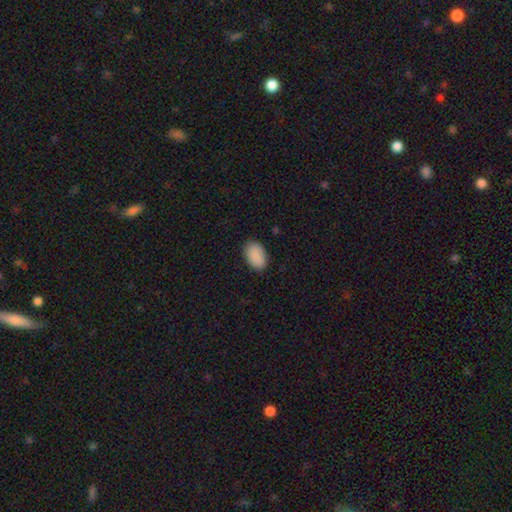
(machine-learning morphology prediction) This appears to be a smooth galaxy with no disk features (90%) that is in between round and cigar-shaped (92%). Merging: none (85%).